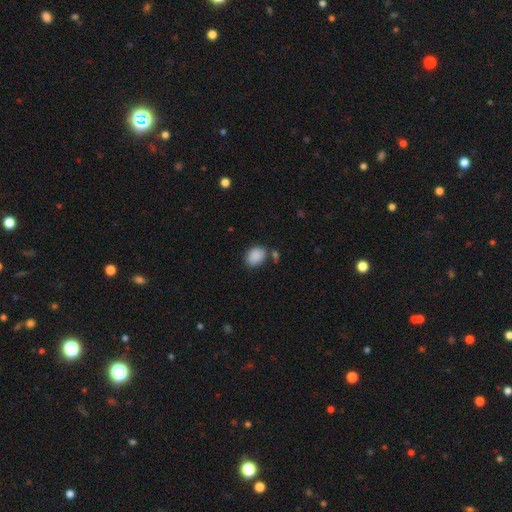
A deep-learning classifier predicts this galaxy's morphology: Smooth or featured? Predicted: smooth (p=0.88). How rounded? Predicted: in between (p=0.68). Merging? Predicted: none (p=0.71).